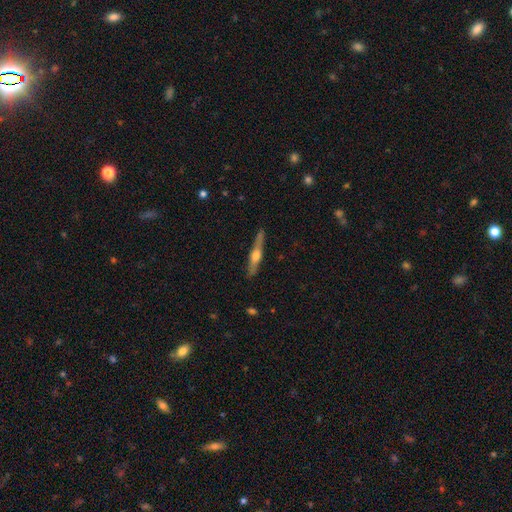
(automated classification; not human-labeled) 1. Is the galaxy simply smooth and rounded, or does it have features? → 60% featured or disk, 34% smooth, 5% star or artifact.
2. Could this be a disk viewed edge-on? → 95% yes, 5% no.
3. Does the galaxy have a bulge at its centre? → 90% rounded, 5% none, 4% boxy.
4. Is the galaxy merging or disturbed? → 86% none, 10% minor disturbance, 2% major disturbance, 2% merger.